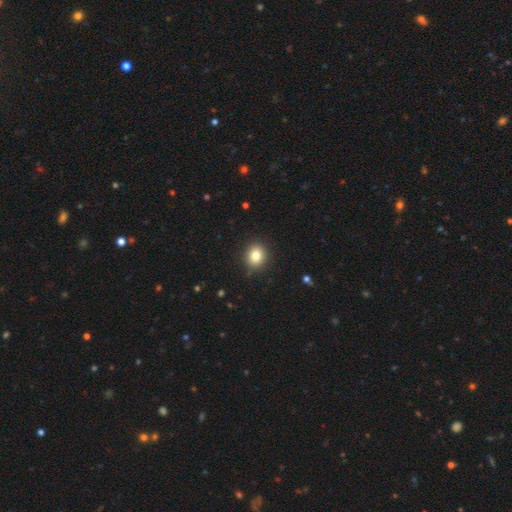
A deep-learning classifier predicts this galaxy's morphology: Overall: smooth (82%). How rounded: round (72%). Merging: none (88%).